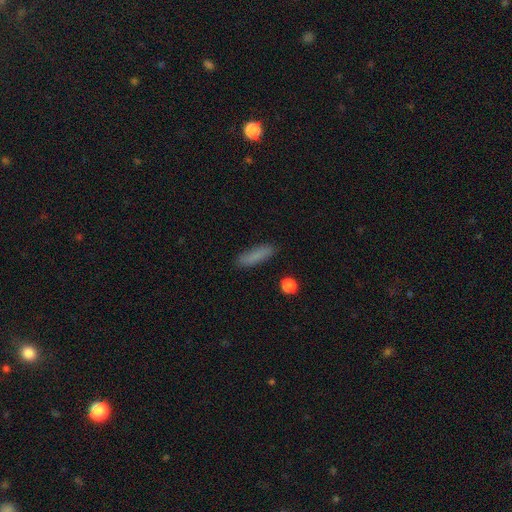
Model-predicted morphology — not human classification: Overall: smooth (82%). How rounded: cigar-shaped (68%; in between 30%). Merging: none (85%).